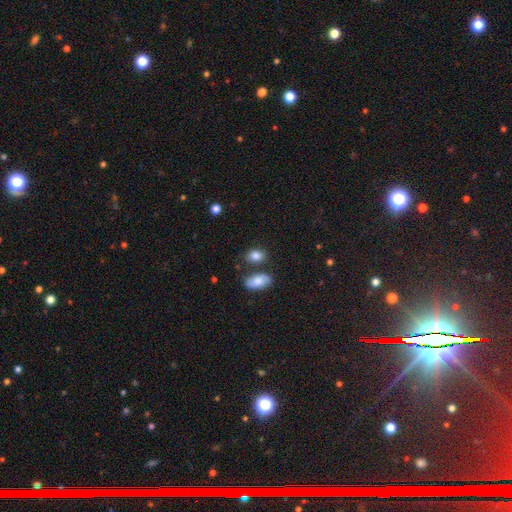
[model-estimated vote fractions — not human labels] smooth 84%, star or artifact 8%, featured or disk 8%. Down the decision tree: how rounded — in between (77%); merging — none (70%).